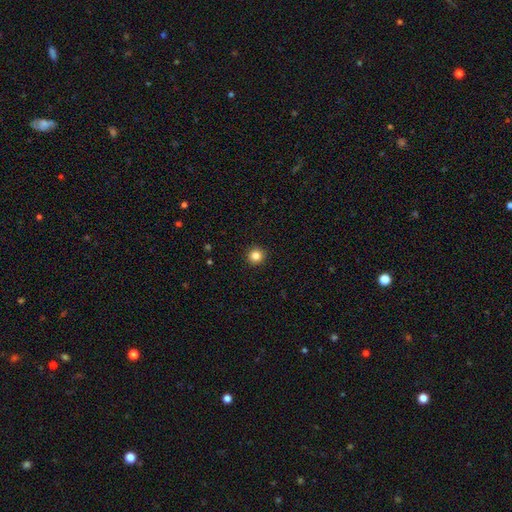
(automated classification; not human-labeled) Smooth or featured: smooth — 84% (star or artifact — 12%)
How rounded: round — 95% (in between — 4%)
Merging: none — 93% (minor disturbance — 4%)